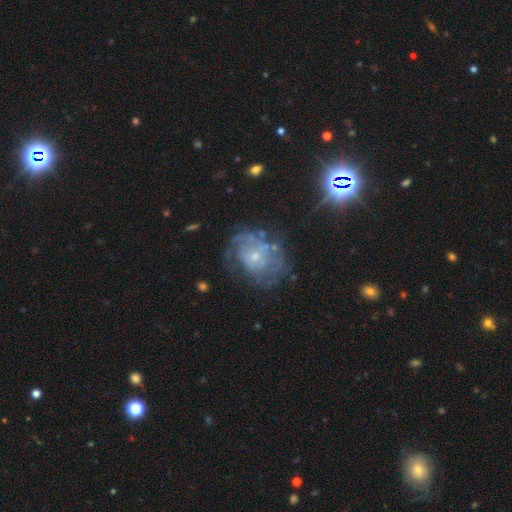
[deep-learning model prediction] Q: Smooth or featured?
A: featured or disk (68%); runner-up: smooth (20%)
Q: Edge-on disk?
A: no (97%); runner-up: yes (3%)
Q: Bar?
A: no (74%); runner-up: weak (22%)
Q: Spiral arms?
A: yes (62%); runner-up: no (38%)
Q: Bulge size?
A: small (65%); runner-up: moderate (27%)
Q: Merging?
A: none (50%); runner-up: minor disturbance (23%)